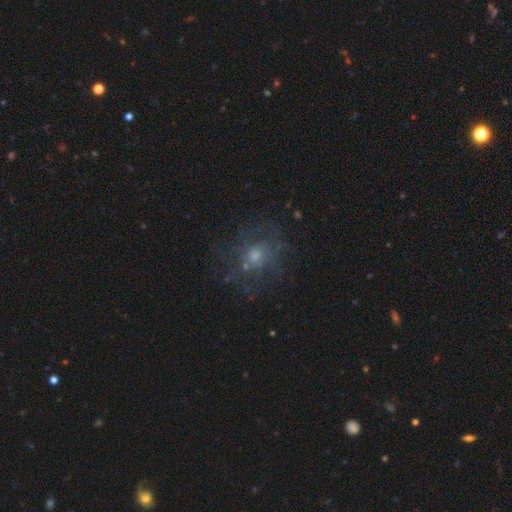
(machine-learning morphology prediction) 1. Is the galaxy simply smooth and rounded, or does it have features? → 45% featured or disk, 38% smooth, 17% star or artifact.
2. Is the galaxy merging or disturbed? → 59% none, 20% major disturbance, 18% minor disturbance, 3% merger.